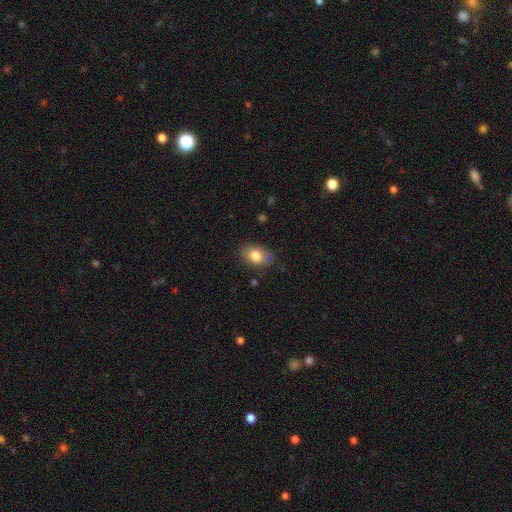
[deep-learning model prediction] smooth 79%, featured or disk 14%, star or artifact 7%. Down the decision tree: how rounded — in between (86%); merging — none (79%).